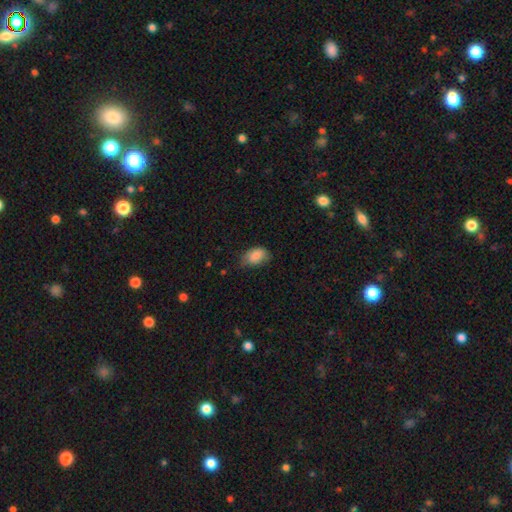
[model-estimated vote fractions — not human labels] smooth 84%, featured or disk 9%, star or artifact 7%. Down the decision tree: how rounded — in between (87%); merging — none (58%).